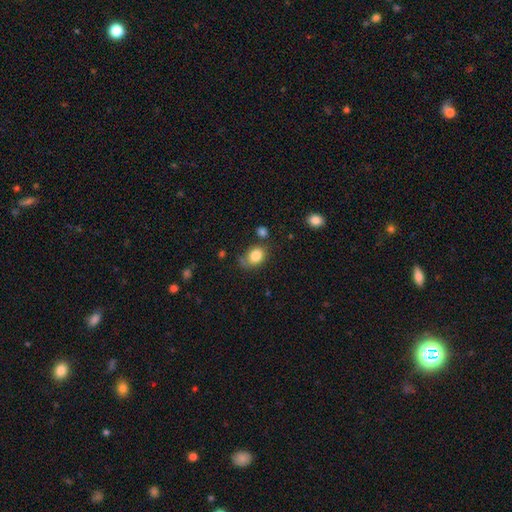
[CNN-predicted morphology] Smooth or featured? Predicted: smooth (p=0.83). How rounded? Predicted: in between (p=0.54). Merging? Predicted: none (p=0.58).